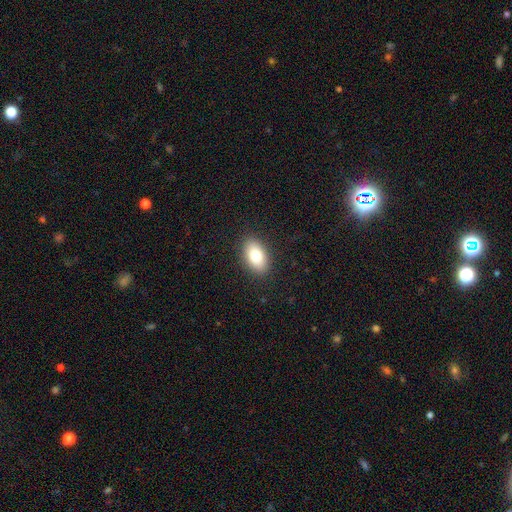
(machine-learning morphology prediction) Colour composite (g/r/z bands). It shows a smooth galaxy with no disk features (80%) that is in between round and cigar-shaped (92%). Merging: none (89%).